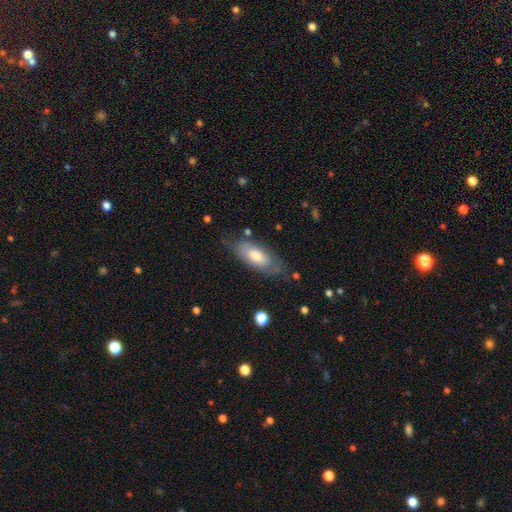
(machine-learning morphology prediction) A smooth galaxy with no disk features (60%) that is in between round and cigar-shaped (80%).

Vote fractions:
- Smooth or featured? smooth: 60% / featured or disk: 34% / star or artifact: 6%
- How rounded? in between: 80% / cigar-shaped: 17% / round: 2%
- Merging? none: 68% / minor disturbance: 22% / major disturbance: 7% / merger: 2%